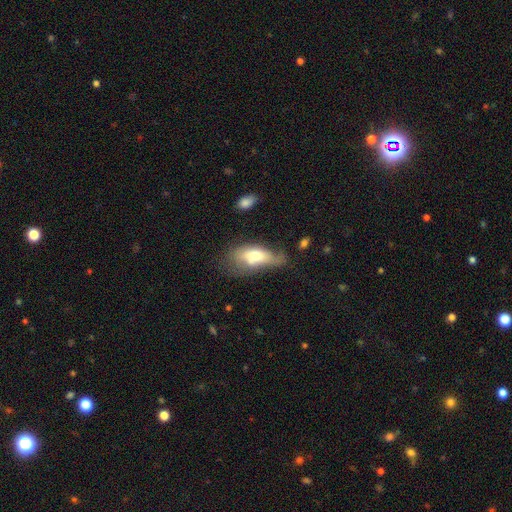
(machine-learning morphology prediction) type=smooth (57%); roundness=in between (83%); merging=none (32%).